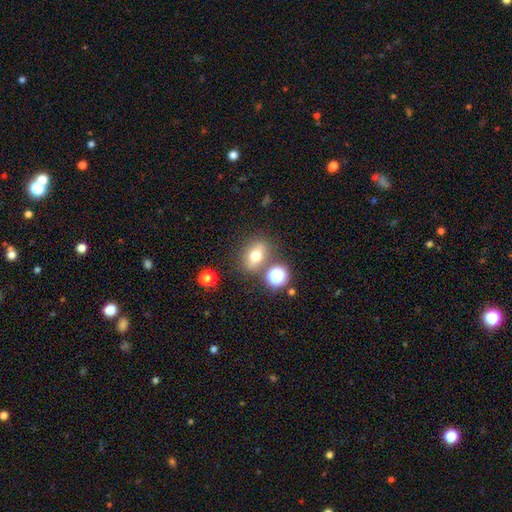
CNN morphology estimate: The model was most divided on "how rounded": in between: 65%, round: 30%, cigar-shaped: 4%. More confident: merging — none (74%); smooth or featured — smooth (66%).